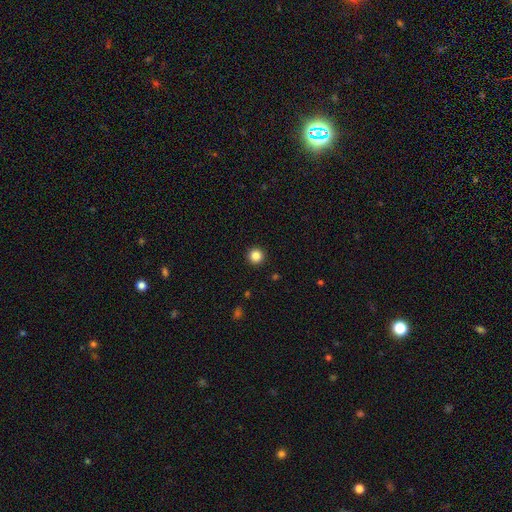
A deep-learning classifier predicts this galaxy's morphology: This is clearly a smooth galaxy (85%). How rounded: clearly round (96%). Merging: clearly none (93%).